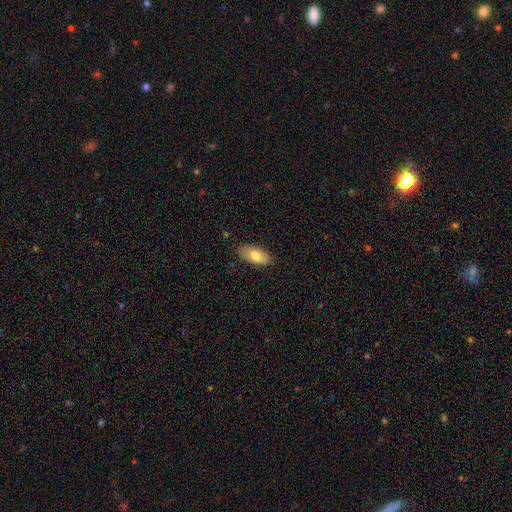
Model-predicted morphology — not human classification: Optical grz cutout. It shows a smooth galaxy with no disk features (80%) that is in between round and cigar-shaped (90%). Merging: none (84%).